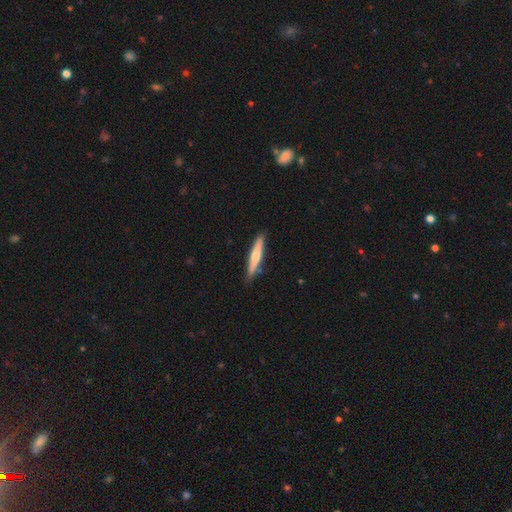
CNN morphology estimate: This is possibly a smooth galaxy (54%). How rounded: clearly cigar-shaped (93%). Merging: clearly none (87%).